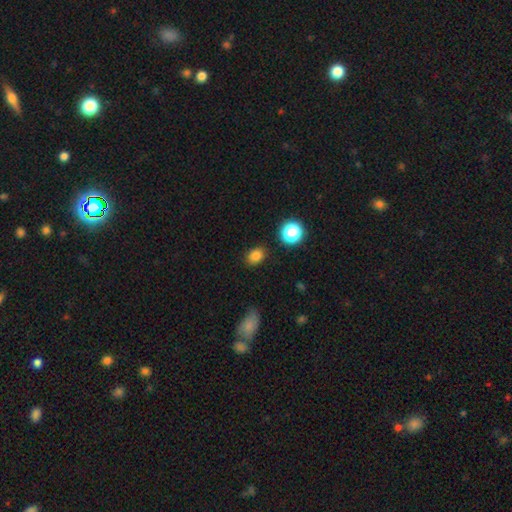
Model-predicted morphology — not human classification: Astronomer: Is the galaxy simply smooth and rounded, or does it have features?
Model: smooth — 81%.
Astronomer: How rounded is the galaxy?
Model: in between — 57% (runner-up: round, 41%).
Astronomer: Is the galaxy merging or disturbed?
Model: none — 85%.